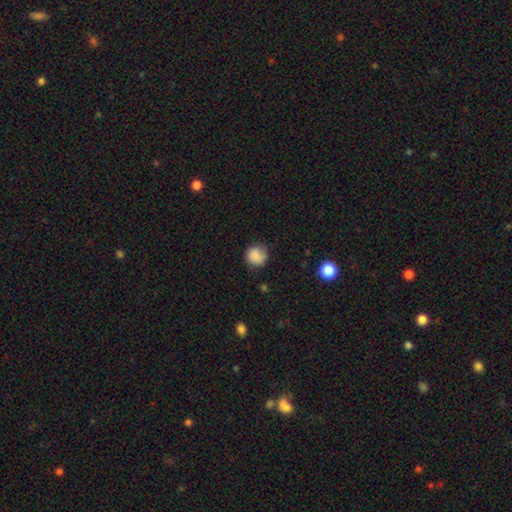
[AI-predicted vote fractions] A smooth galaxy with no disk features (86%) that is round (88%).

Vote fractions:
- Smooth or featured? smooth: 86% / star or artifact: 9% / featured or disk: 5%
- How rounded? round: 88% / in between: 11% / cigar-shaped: 1%
- Merging? none: 73% / minor disturbance: 21% / major disturbance: 5% / merger: 2%